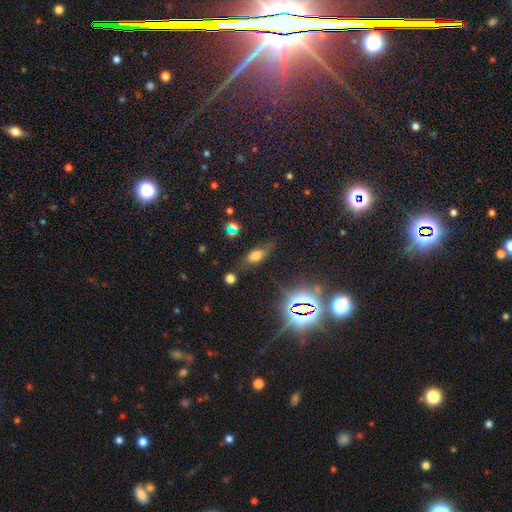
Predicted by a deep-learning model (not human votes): Smooth or featured? Predicted: smooth (p=0.58). How rounded? Predicted: in between (p=0.78). Merging? Predicted: none (p=0.68).